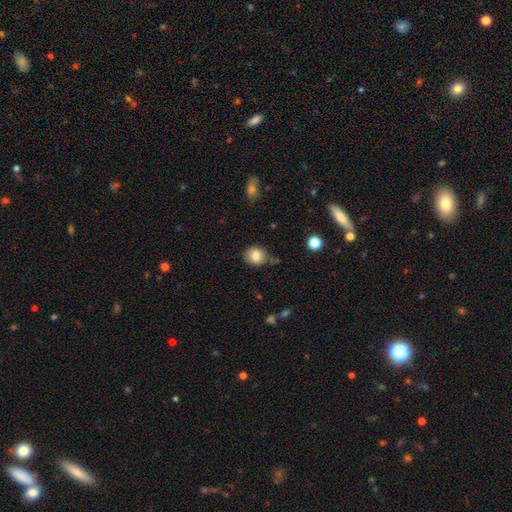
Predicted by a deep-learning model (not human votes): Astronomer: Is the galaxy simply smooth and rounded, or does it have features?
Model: smooth — 82%.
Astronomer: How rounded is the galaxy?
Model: round — 74%.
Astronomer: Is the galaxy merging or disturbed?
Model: none — 76%.